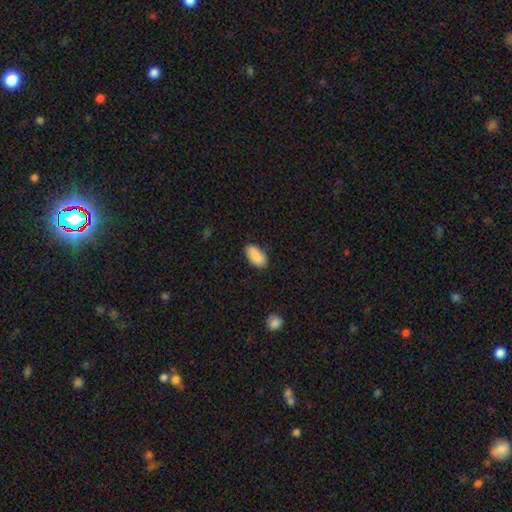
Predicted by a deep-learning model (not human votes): This is clearly a smooth galaxy (87%). How rounded: clearly in between (93%). Merging: clearly none (84%).